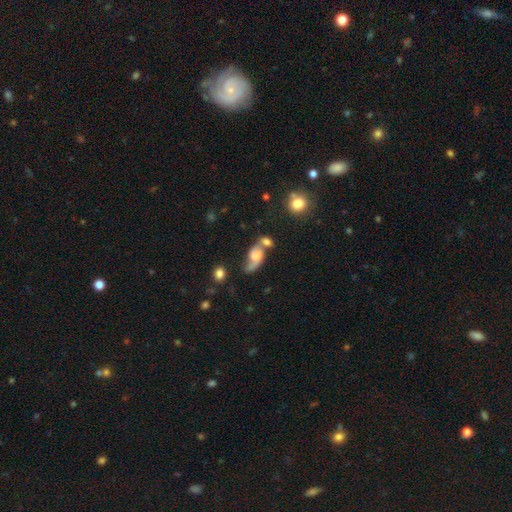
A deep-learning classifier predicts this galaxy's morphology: featured or disk 54%, smooth 36%, star or artifact 10%. Down the decision tree: edge-on disk — no (92%); merging — merger (39%).